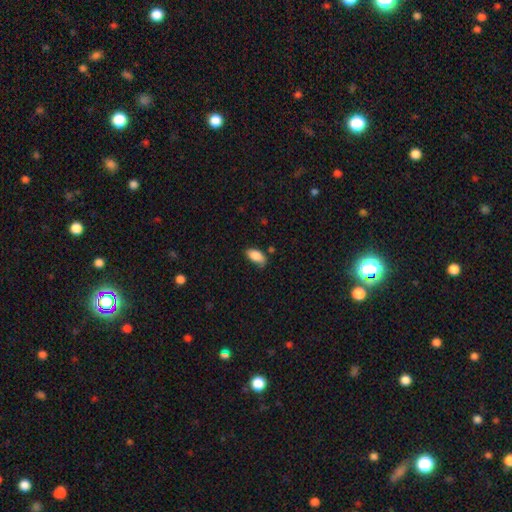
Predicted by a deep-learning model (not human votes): Morphology: type=smooth (83%); roundness=in between (93%); merging=none (56%).